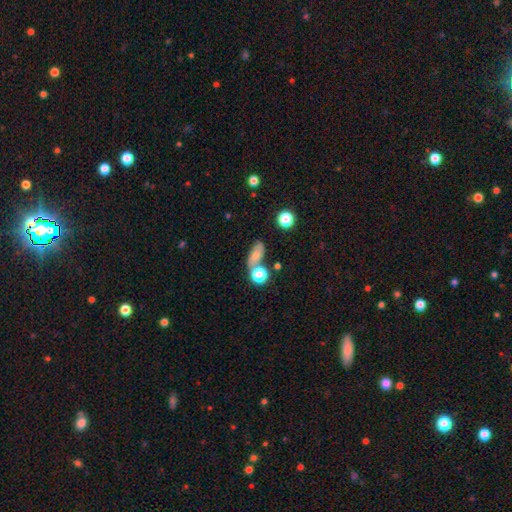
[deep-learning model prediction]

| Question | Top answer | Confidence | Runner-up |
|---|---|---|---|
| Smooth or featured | smooth | 63% | featured or disk (23%) |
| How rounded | in between | 67% | round (19%) |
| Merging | none | 50% | merger (22%) |